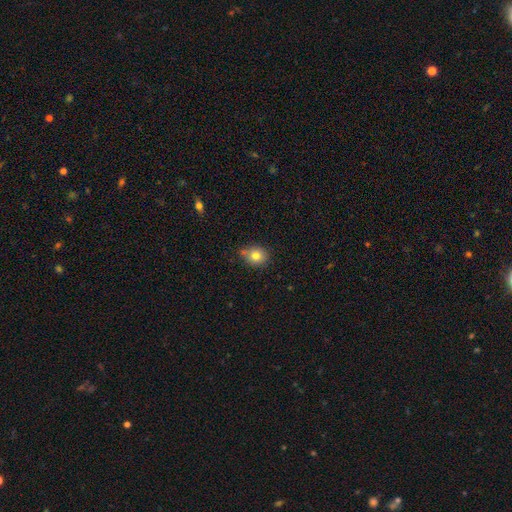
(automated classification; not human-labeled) This appears to be a smooth galaxy with no disk features (80%) that is round (67%). Merging: none (71%).